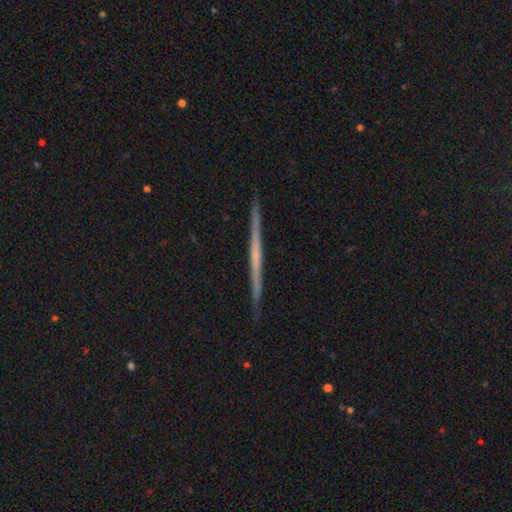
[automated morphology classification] A featured or disk galaxy (66%) viewed edge-on (98%) with no central bulge (83%). Merging: none (92%).